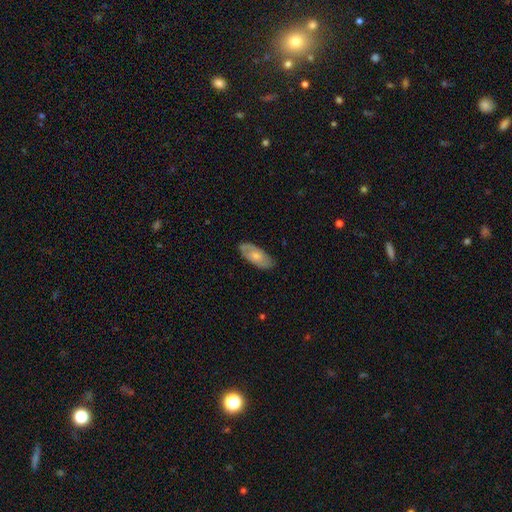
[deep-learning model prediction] Smooth or featured? Predicted: smooth (p=0.54). How rounded? Predicted: in between (p=0.87). Merging? Predicted: none (p=0.79).